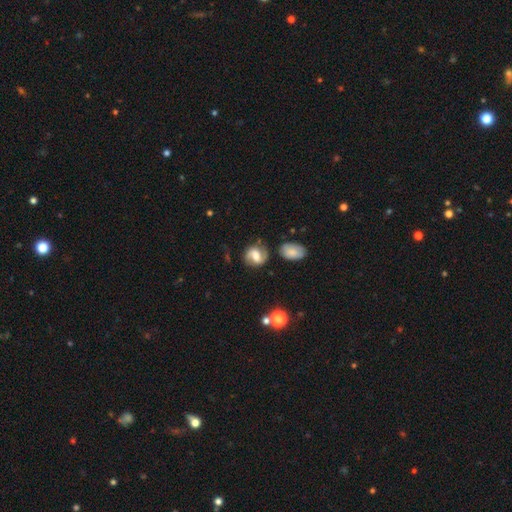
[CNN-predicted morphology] Smooth or featured?
  - featured or disk: 64% *
  - smooth: 28%
  - star or artifact: 8%
Edge-on disk?
  - no: 97% *
  - yes: 3%
Bar?
  - weak: 48% *
  - no: 26%
  - strong: 26%
Spiral arms?
  - yes: 89% *
  - no: 11%
Spiral winding?
  - medium: 47% *
  - loose: 32%
  - tight: 21%
Spiral arm count?
  - 2: 88% *
  - can't tell: 6%
  - 1: 4%
  - 3: 1%
  - 4: 1%
  - more than 4: 1%
Bulge size?
  - moderate: 45% *
  - large: 23%
  - small: 19%
  - none: 10%
  - dominant: 3%
Merging?
  - none: 71% *
  - minor disturbance: 17%
  - major disturbance: 7%
  - merger: 5%